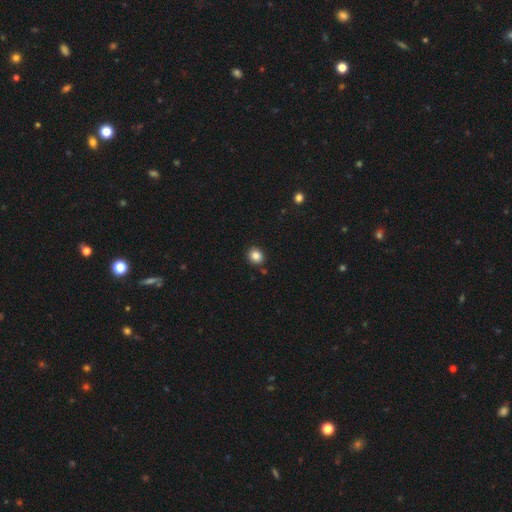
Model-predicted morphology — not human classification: Smooth or featured?
  - smooth: 85% *
  - star or artifact: 10%
  - featured or disk: 5%
How rounded?
  - round: 77% *
  - in between: 22%
  - cigar-shaped: 1%
Merging?
  - none: 88% *
  - minor disturbance: 7%
  - merger: 3%
  - major disturbance: 2%